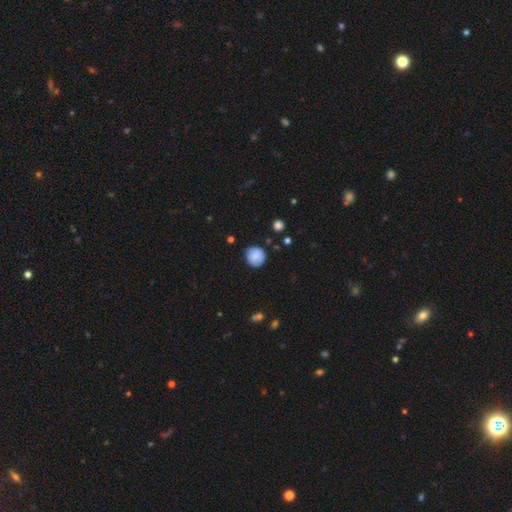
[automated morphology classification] This is clearly a smooth galaxy (86%). How rounded: clearly round (89%). Merging: clearly none (82%).